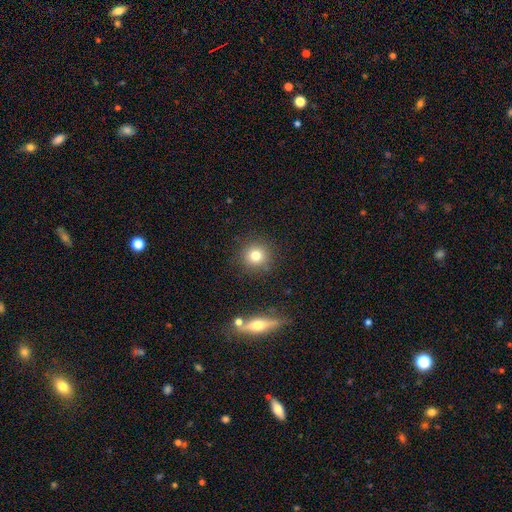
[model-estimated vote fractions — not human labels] Overall: smooth (78%). How rounded: round (93%). Merging: none (87%).